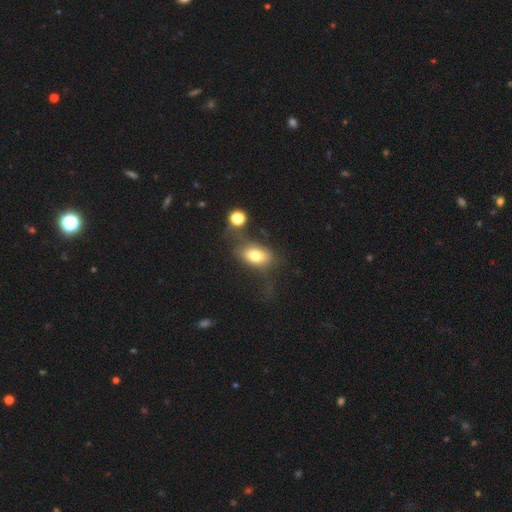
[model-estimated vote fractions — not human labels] Morphology: type=smooth (73%); roundness=in between (82%); merging=none (45%).